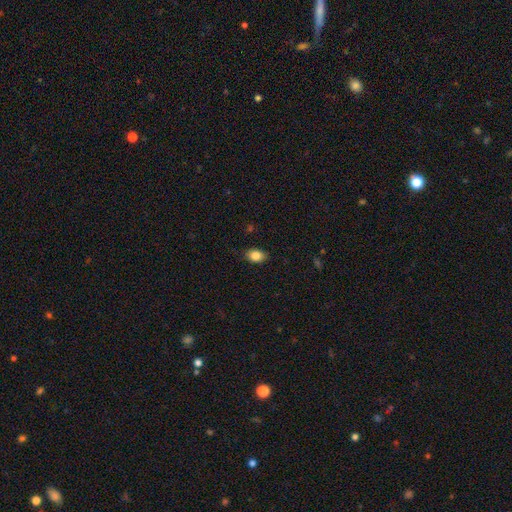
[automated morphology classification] Smooth or featured?
  - smooth: 84% *
  - star or artifact: 9%
  - featured or disk: 7%
How rounded?
  - in between: 79% *
  - round: 20%
  - cigar-shaped: 1%
Merging?
  - none: 85% *
  - minor disturbance: 11%
  - major disturbance: 2%
  - merger: 1%